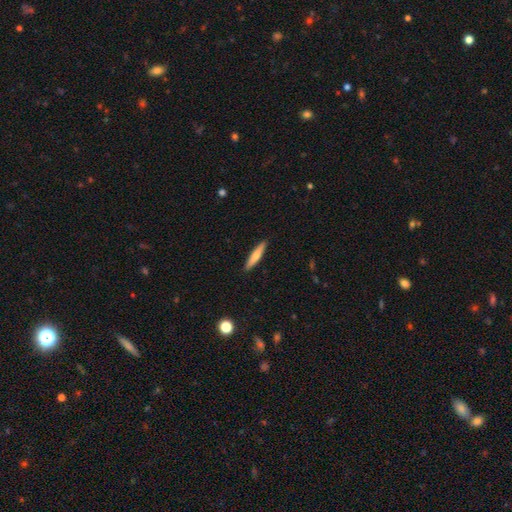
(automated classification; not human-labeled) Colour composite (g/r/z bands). It shows a smooth galaxy with no disk features (63%) that is cigar-shaped (88%). Merging: none (91%).